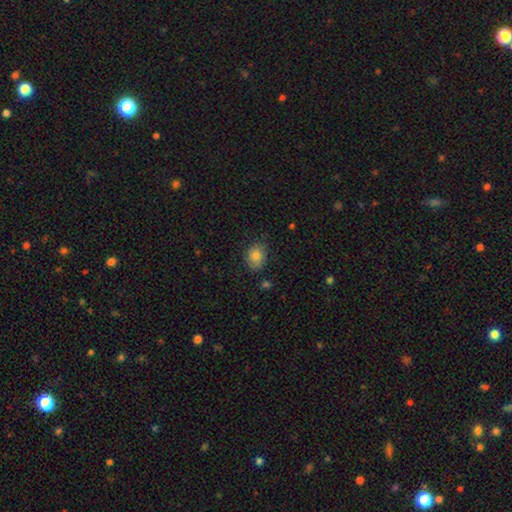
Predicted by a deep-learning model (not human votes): Smooth or featured? Predicted: smooth (p=0.81). How rounded? Predicted: in between (p=0.59). Merging? Predicted: none (p=0.77).